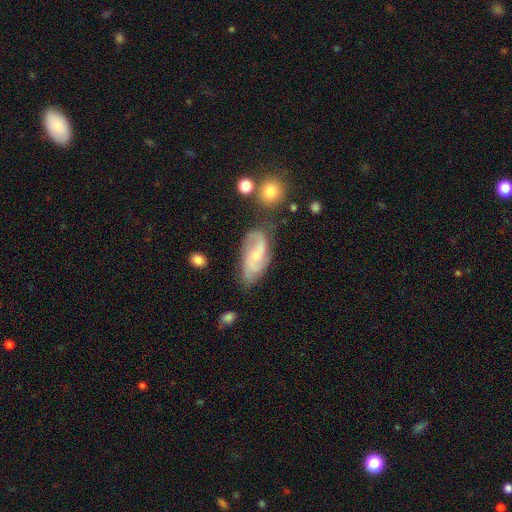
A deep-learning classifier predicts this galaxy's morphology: featured or disk 72%, smooth 21%, star or artifact 7%. Down the decision tree: edge-on disk — no (94%); bar — no (55%); spiral arms — yes (92%); spiral arm count — 2 (62%); spiral winding — medium (44%); bulge size — small (62%); merging — none (60%).